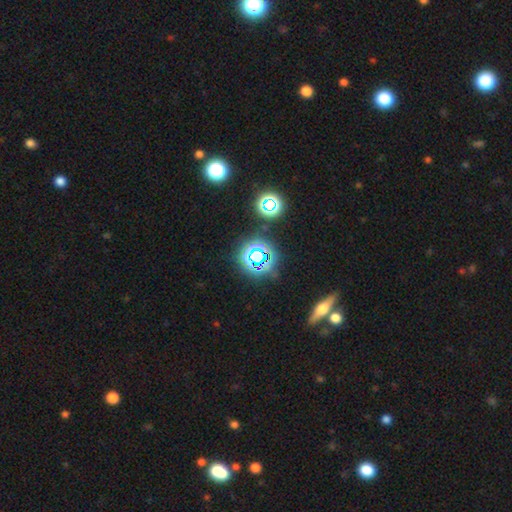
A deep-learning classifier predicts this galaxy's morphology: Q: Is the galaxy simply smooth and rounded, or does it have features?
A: star or artifact — 55%.